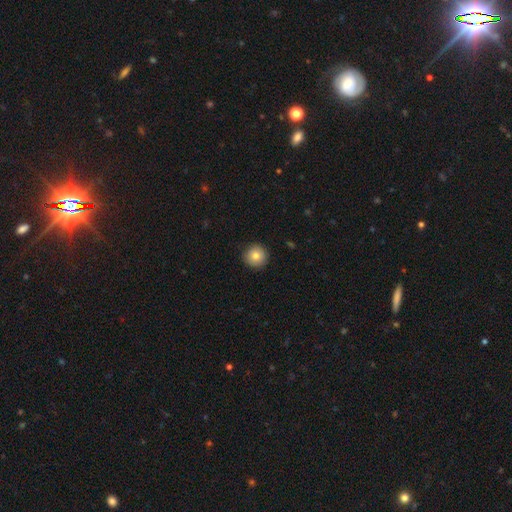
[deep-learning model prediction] The model was most divided on "smooth or featured": smooth: 81%, featured or disk: 10%, star or artifact: 9%. More confident: how rounded — round (95%); merging — none (90%).